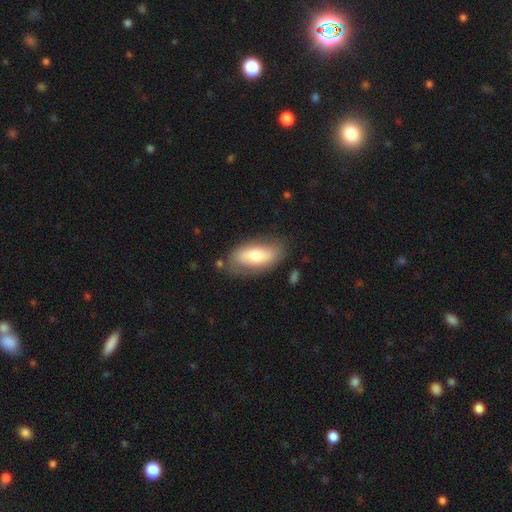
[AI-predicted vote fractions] Smooth or featured: smooth — 64% (featured or disk — 30%)
How rounded: in between — 84% (cigar-shaped — 13%)
Merging: none — 75% (minor disturbance — 17%)